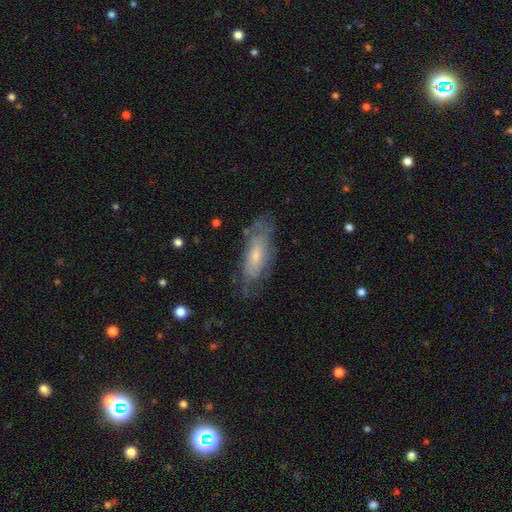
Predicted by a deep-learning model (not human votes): Overall: featured or disk (48%; smooth 44%). Merging: none (65%).